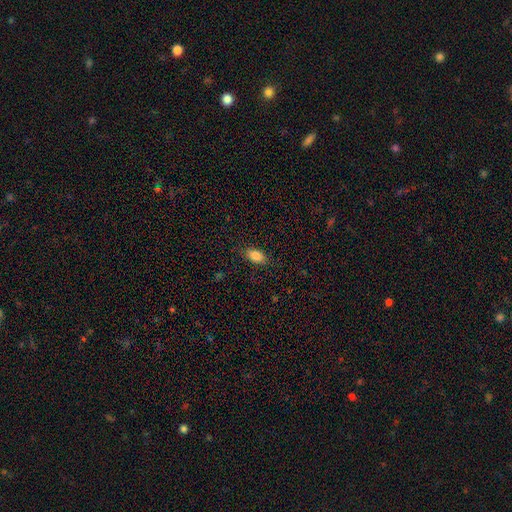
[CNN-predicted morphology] smooth_or_featured: smooth (p=0.85) [alt: star or artifact p=0.08]
how_rounded: in between (p=0.89) [alt: round p=0.07]
merging: none (p=0.85) [alt: minor disturbance p=0.11]